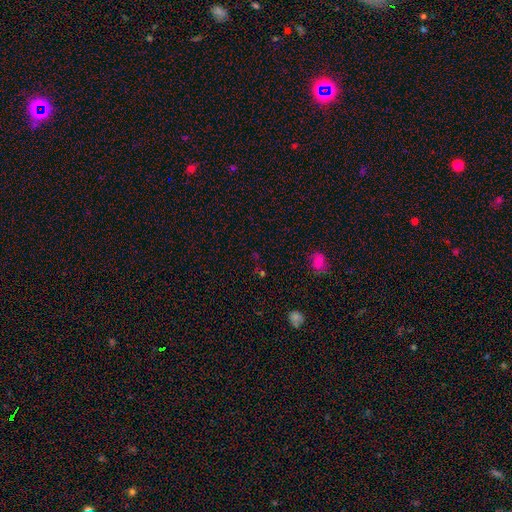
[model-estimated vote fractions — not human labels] This appears to be a star or artifact, not a galaxy (52%).